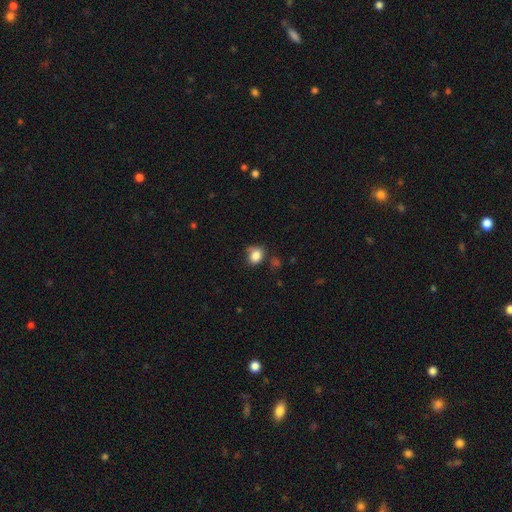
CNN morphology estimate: Overall: smooth (84%). How rounded: round (50%; in between 49%). Merging: none (62%; minor disturbance 26%).